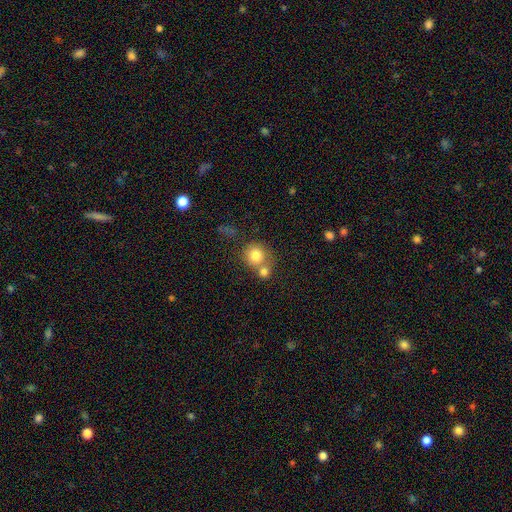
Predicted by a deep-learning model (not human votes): Smooth or featured? Predicted: smooth (p=0.78). How rounded? Predicted: round (p=0.88). Merging? Predicted: none (p=0.47).